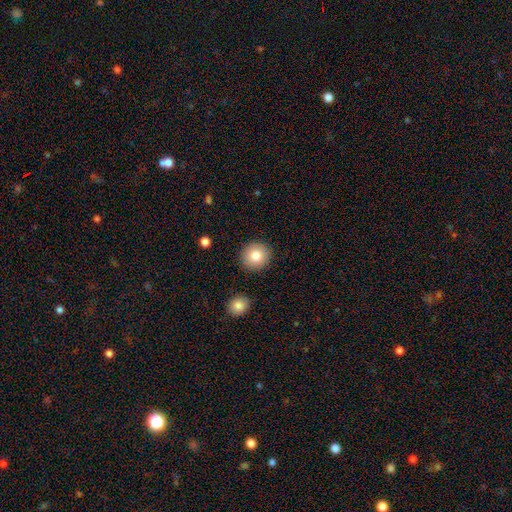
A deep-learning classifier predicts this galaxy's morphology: Q: Smooth or featured?
A: smooth (82%); runner-up: featured or disk (10%)
Q: How rounded?
A: round (88%); runner-up: in between (11%)
Q: Merging?
A: none (90%); runner-up: minor disturbance (6%)